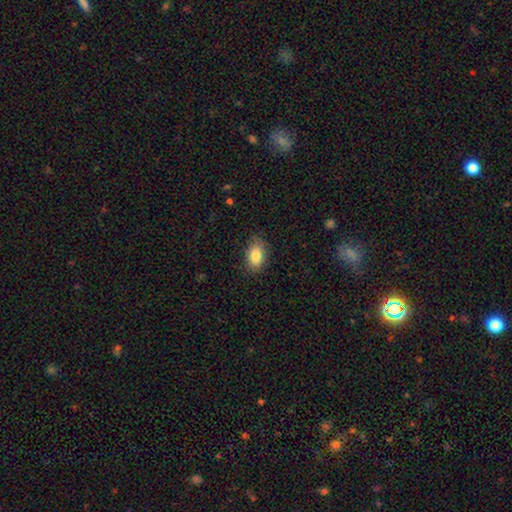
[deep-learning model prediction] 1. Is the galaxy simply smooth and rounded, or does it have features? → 84% smooth, 8% featured or disk, 8% star or artifact.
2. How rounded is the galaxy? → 88% in between, 10% round, 2% cigar-shaped.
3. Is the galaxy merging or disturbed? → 83% none, 14% minor disturbance, 3% major disturbance, 1% merger.